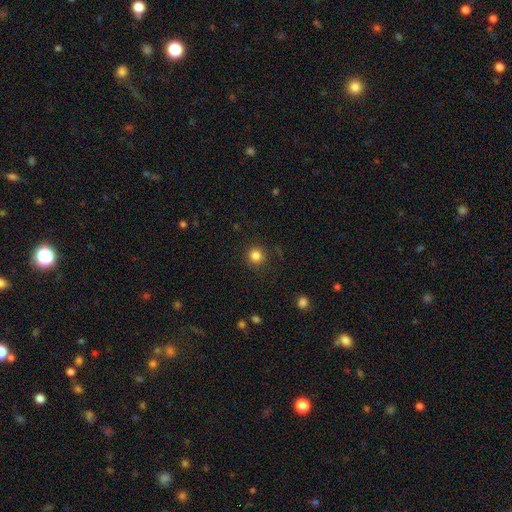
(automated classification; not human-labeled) Smooth or featured: smooth — 84% (star or artifact — 12%)
How rounded: round — 94% (in between — 5%)
Merging: none — 89% (minor disturbance — 7%)